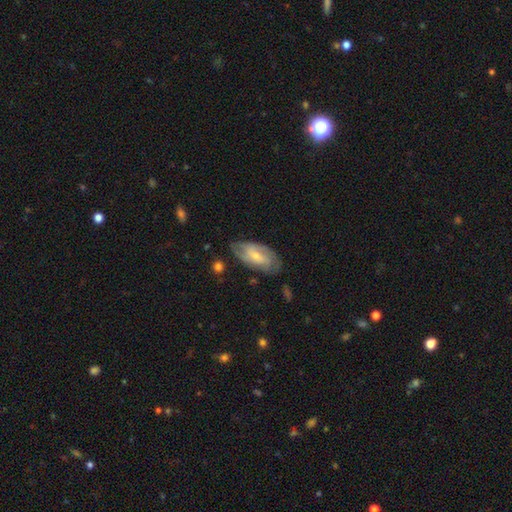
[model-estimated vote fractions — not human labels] A featured or disk galaxy (61%) with no bar (44%), spiral arms (83%) and a small central bulge (61%).

Vote fractions:
- Smooth or featured? featured or disk: 61% / smooth: 32% / star or artifact: 6%
- Edge-on disk? no: 92% / yes: 8%
- Bar? no: 44% / weak: 42% / strong: 14%
- Spiral arms? yes: 83% / no: 17%
- Bulge size? small: 61% / moderate: 33% / none: 3% / large: 2% / dominant: 1%
- Merging? none: 69% / minor disturbance: 23% / major disturbance: 7% / merger: 2%